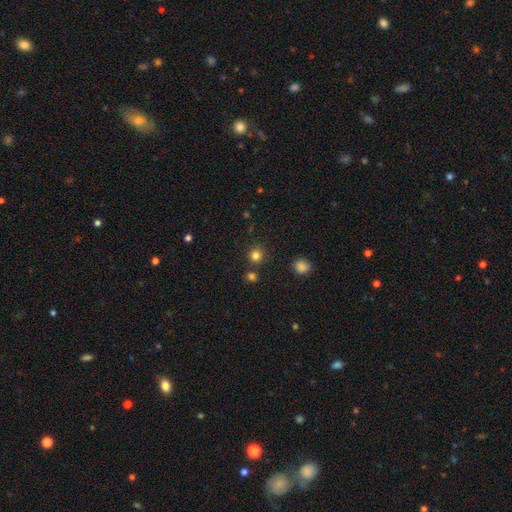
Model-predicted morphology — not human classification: type=smooth (80%); roundness=round (93%); merging=none (84%).